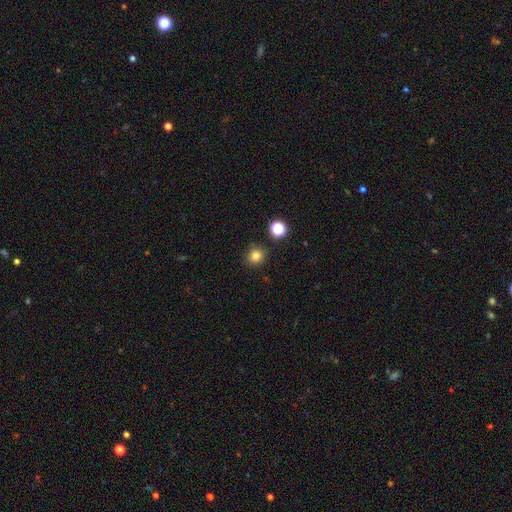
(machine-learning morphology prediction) type=smooth (80%); roundness=round (89%); merging=none (87%).